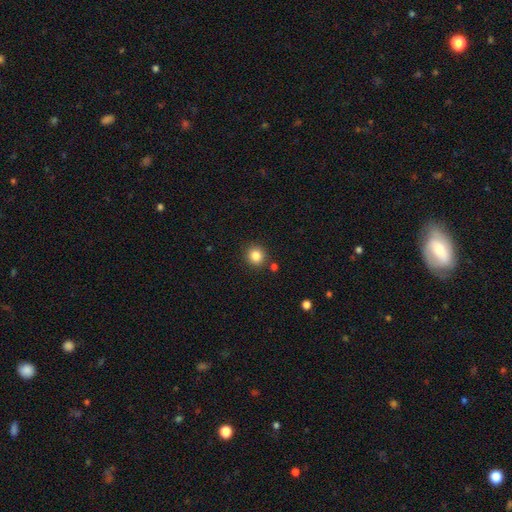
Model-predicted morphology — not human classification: smooth-or-featured: smooth: 85% | star or artifact: 10% | featured or disk: 5%
  how-rounded: round: 90% | in between: 9% | cigar-shaped: 1%
  merging: none: 86% | minor disturbance: 7% | merger: 4% | major disturbance: 2%